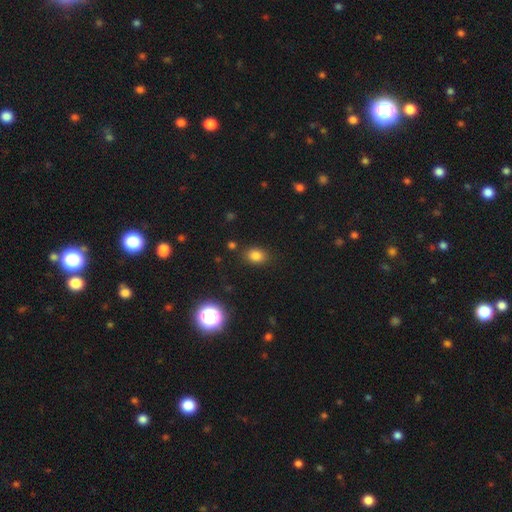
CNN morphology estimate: Q: Smooth or featured?
A: smooth (80%); runner-up: star or artifact (14%)
Q: How rounded?
A: in between (65%); runner-up: round (34%)
Q: Merging?
A: none (83%); runner-up: minor disturbance (11%)